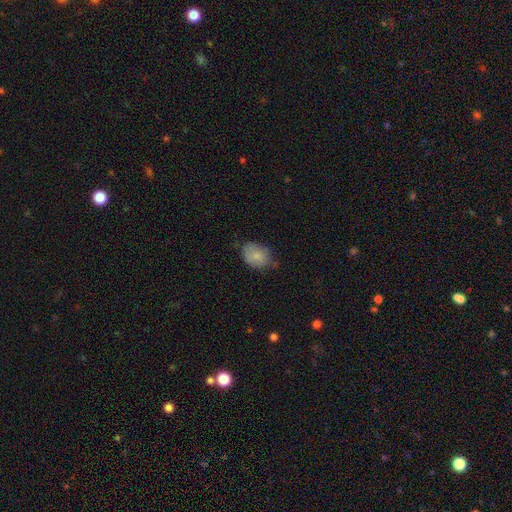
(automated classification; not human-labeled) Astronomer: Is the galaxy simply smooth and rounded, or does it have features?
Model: smooth — 80%.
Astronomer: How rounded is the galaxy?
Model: in between — 63%.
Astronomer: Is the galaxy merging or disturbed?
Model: none — 57% (runner-up: minor disturbance, 33%).